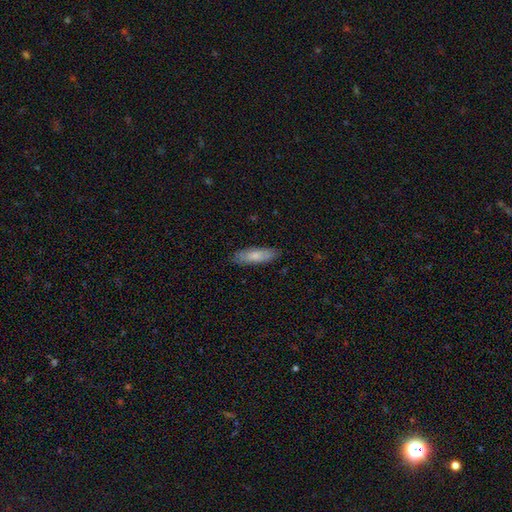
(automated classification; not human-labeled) Smooth or featured? Predicted: smooth (p=0.77). How rounded? Predicted: in between (p=0.54). Merging? Predicted: none (p=0.85).